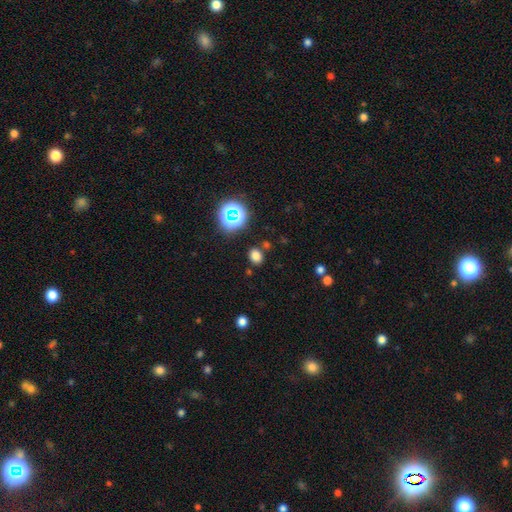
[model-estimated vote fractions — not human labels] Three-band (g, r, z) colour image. It shows a smooth galaxy with no disk features (75%) that is round (51%). Merging: none (83%).